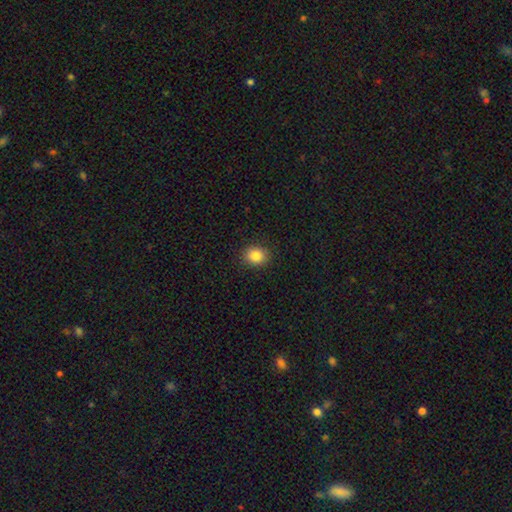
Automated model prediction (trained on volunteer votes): smooth-or-featured: smooth: 84% | star or artifact: 10% | featured or disk: 5%
  how-rounded: round: 68% | in between: 31% | cigar-shaped: 1%
  merging: none: 91% | minor disturbance: 6% | major disturbance: 2% | merger: 1%